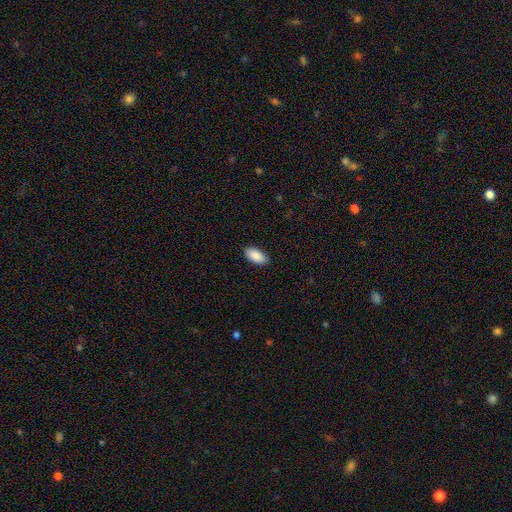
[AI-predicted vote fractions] Smooth or featured?
  - smooth: 89% *
  - star or artifact: 6%
  - featured or disk: 5%
How rounded?
  - in between: 94% *
  - cigar-shaped: 3%
  - round: 2%
Merging?
  - none: 87% *
  - minor disturbance: 10%
  - major disturbance: 2%
  - merger: 1%